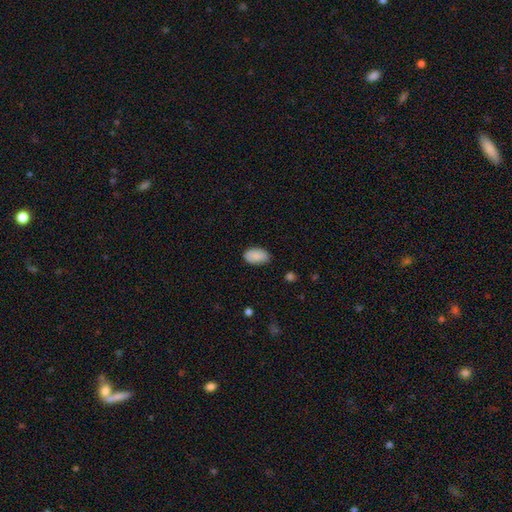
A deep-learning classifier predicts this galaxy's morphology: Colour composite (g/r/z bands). It shows a smooth galaxy with no disk features (88%) that is in between round and cigar-shaped (93%). Merging: none (76%).